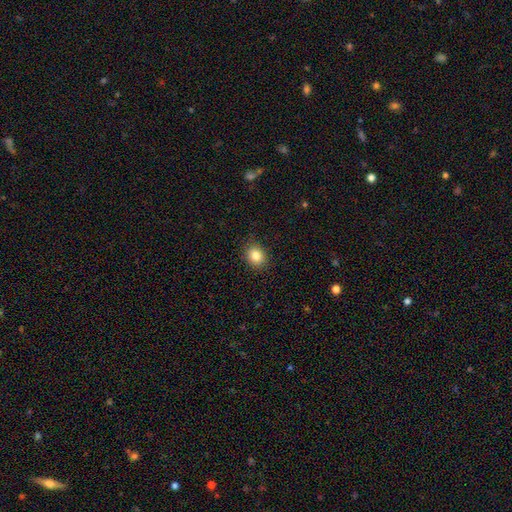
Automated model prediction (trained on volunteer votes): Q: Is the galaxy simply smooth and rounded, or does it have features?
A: smooth — 84%.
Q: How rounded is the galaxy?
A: round — 57%.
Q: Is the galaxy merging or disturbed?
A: none — 88%.